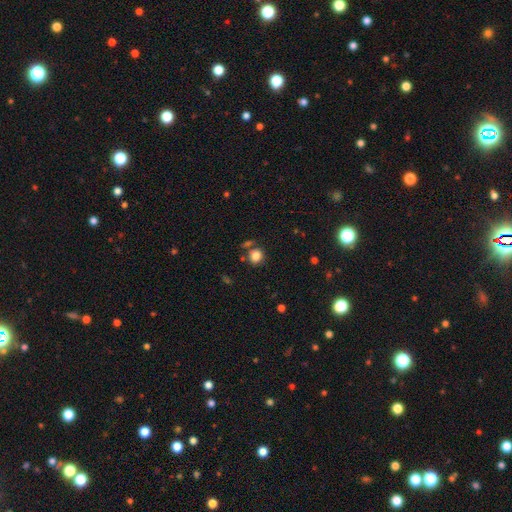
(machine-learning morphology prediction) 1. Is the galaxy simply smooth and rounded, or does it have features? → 83% smooth, 11% star or artifact, 5% featured or disk.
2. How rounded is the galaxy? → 84% round, 15% in between, 1% cigar-shaped.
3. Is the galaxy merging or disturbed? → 73% none, 12% merger, 11% minor disturbance, 4% major disturbance.